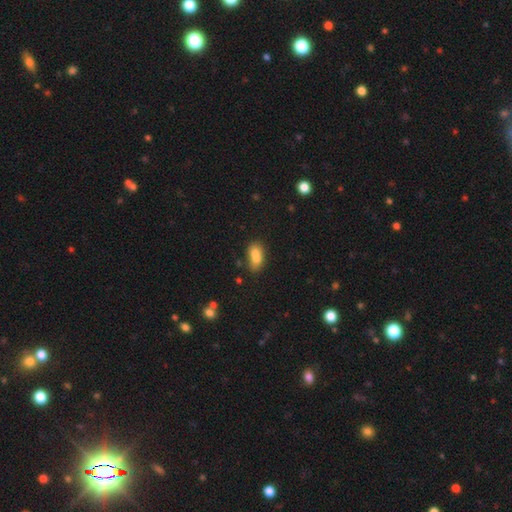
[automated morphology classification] A smooth galaxy with no disk features (75%) that is in between round and cigar-shaped (82%).

Vote fractions:
- Smooth or featured? smooth: 75% / featured or disk: 15% / star or artifact: 10%
- How rounded? in between: 82% / round: 12% / cigar-shaped: 6%
- Merging? merger: 41% / none: 37% / minor disturbance: 16% / major disturbance: 6%